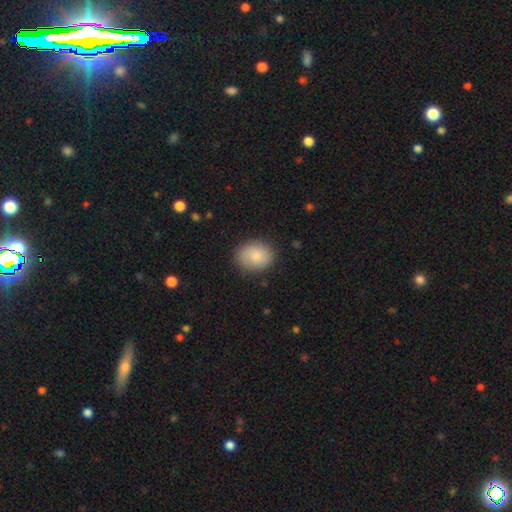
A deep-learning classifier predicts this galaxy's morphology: A smooth galaxy with no disk features (86%) that is round (54%). Merging: none (85%).